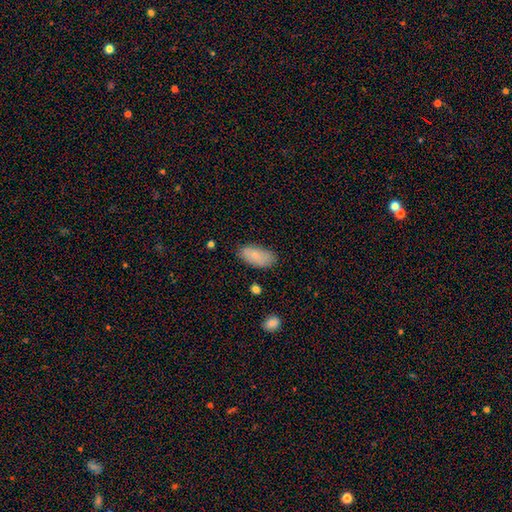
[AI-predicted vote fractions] smooth 80%, featured or disk 12%, star or artifact 7%. Down the decision tree: how rounded — in between (92%); merging — none (77%).